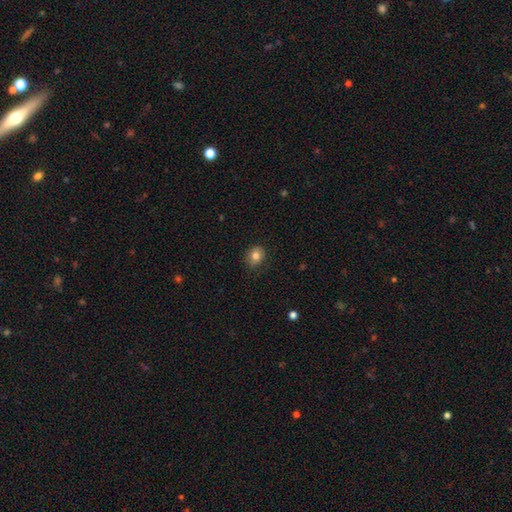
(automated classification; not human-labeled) Q: Smooth or featured?
A: smooth (80%); runner-up: featured or disk (10%)
Q: How rounded?
A: round (66%); runner-up: in between (33%)
Q: Merging?
A: none (82%); runner-up: minor disturbance (14%)